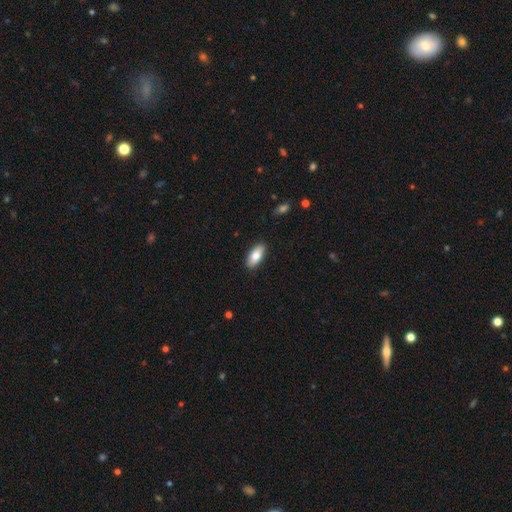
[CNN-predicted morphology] Smooth or featured? smooth (82%)
How rounded? in between (88%)
Merging? none (88%)